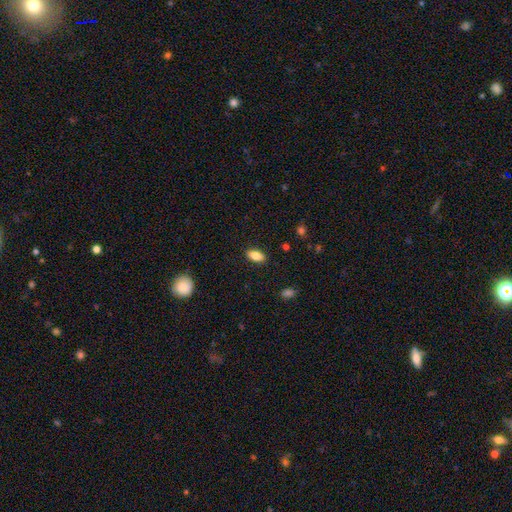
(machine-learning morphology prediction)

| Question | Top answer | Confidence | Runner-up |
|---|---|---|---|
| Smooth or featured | smooth | 83% | featured or disk (9%) |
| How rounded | in between | 89% | cigar-shaped (8%) |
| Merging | none | 88% | minor disturbance (9%) |